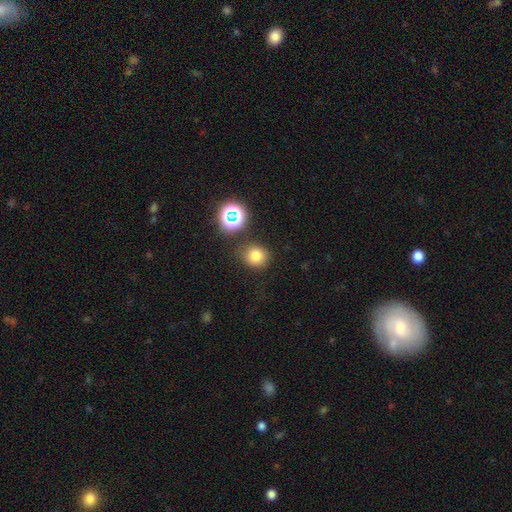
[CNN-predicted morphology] Smooth or featured? smooth (76%)
How rounded? round (83%)
Merging? none (80%)